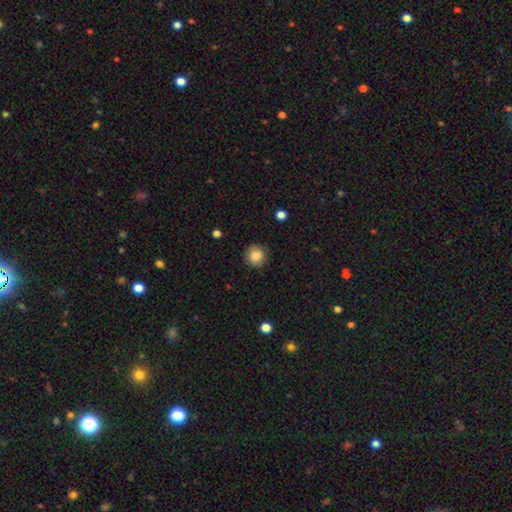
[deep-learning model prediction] A smooth galaxy with no disk features (84%) that is round (91%). Merging: none (86%).